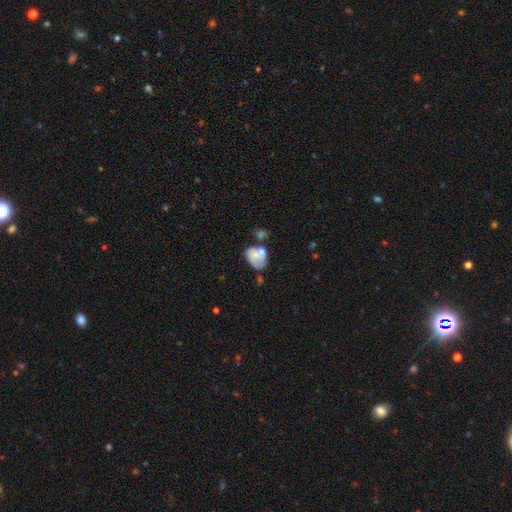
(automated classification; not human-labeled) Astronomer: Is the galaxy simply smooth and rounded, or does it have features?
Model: smooth — 61%.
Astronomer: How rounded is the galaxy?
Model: in between — 69%.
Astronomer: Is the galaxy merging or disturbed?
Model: merger — 34% (runner-up: none, 29%).